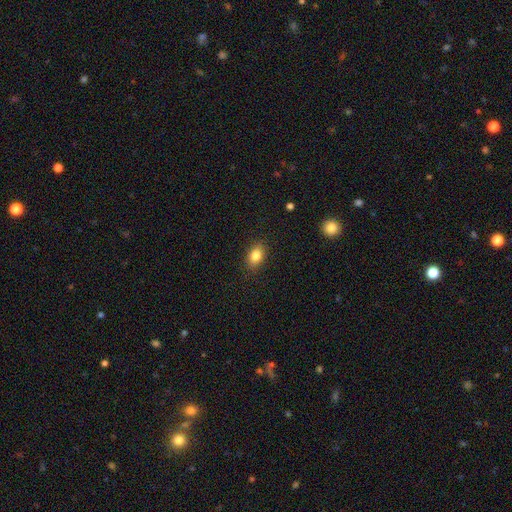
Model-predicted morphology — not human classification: Smooth or featured? smooth (84%)
How rounded? in between (78%)
Merging? none (87%)